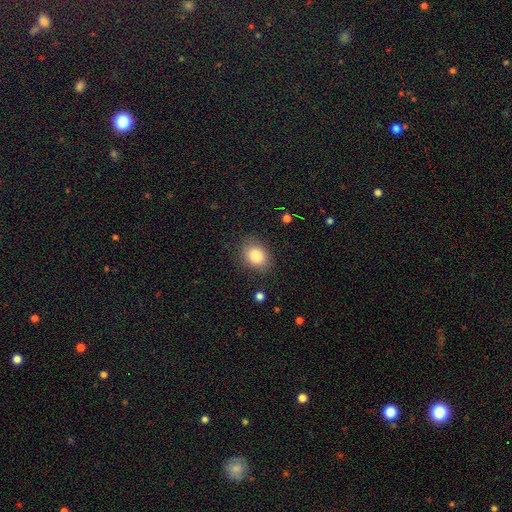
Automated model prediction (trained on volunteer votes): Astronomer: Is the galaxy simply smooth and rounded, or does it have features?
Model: smooth — 85%.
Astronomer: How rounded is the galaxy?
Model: in between — 60% (runner-up: round, 39%).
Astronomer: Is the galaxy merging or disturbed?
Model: none — 82%.